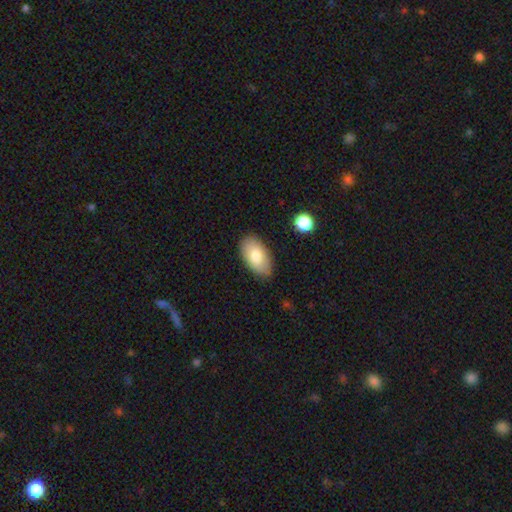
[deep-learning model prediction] Smooth or featured? Predicted: smooth (p=0.81). How rounded? Predicted: in between (p=0.95). Merging? Predicted: none (p=0.82).